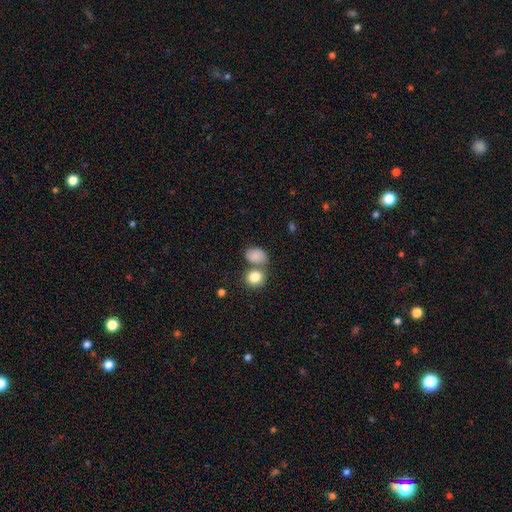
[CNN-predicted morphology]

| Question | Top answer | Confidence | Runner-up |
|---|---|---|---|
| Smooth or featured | smooth | 82% | star or artifact (10%) |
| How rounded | in between | 64% | round (34%) |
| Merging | none | 46% | merger (32%) |